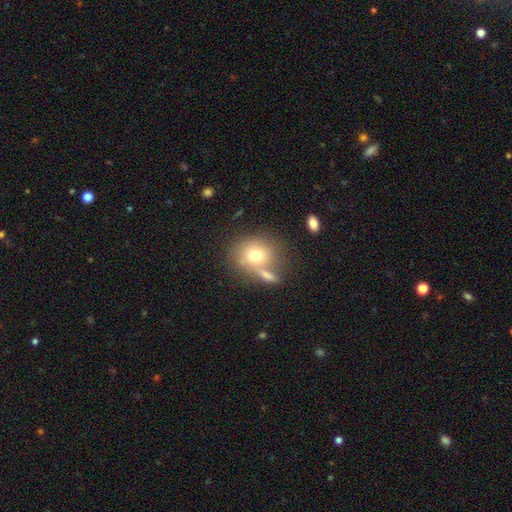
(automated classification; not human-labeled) smooth_or_featured: smooth (p=0.72) [alt: featured or disk p=0.17]
how_rounded: round (p=0.75) [alt: in between p=0.23]
merging: none (p=0.54) [alt: merger p=0.26]